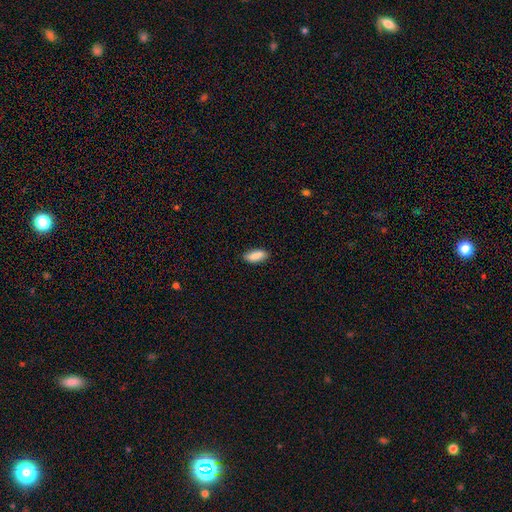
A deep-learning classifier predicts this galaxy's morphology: Q: Smooth or featured?
A: smooth (89%); runner-up: star or artifact (6%)
Q: How rounded?
A: in between (81%); runner-up: cigar-shaped (17%)
Q: Merging?
A: none (88%); runner-up: minor disturbance (9%)